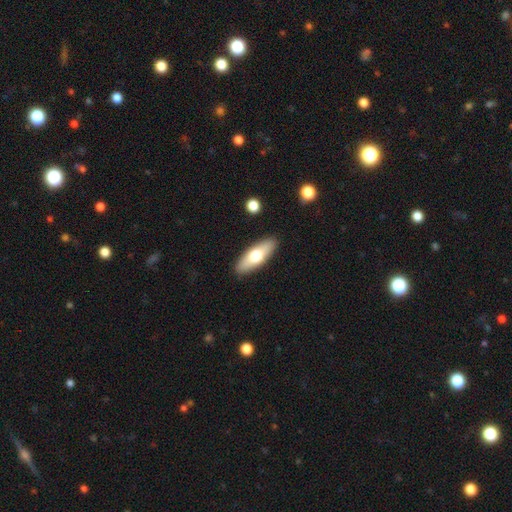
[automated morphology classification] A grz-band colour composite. It shows a smooth galaxy with no disk features (64%) that is in between round and cigar-shaped (62%). Merging: none (89%).